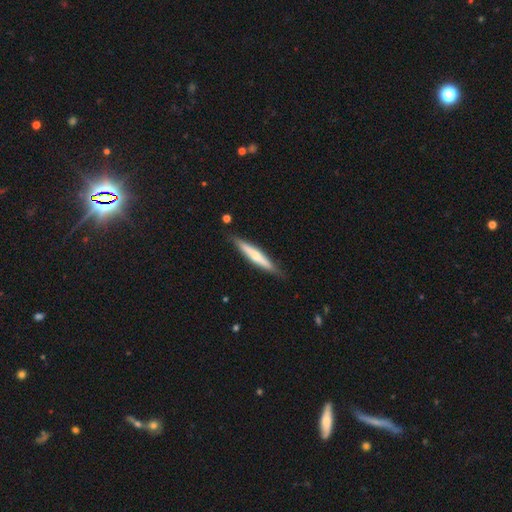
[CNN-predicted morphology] This appears to be a smooth galaxy with no disk features (50%) that is cigar-shaped (92%). Merging: none (85%).